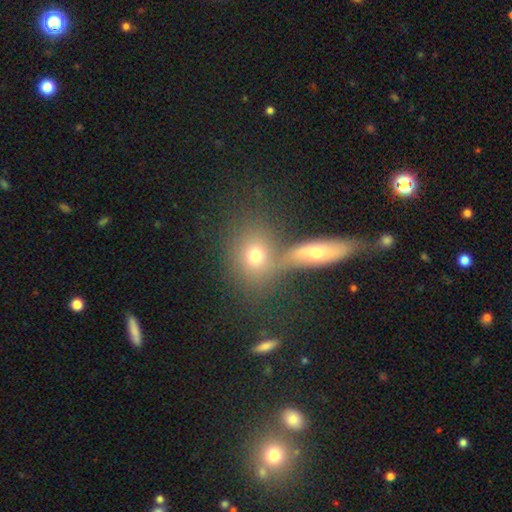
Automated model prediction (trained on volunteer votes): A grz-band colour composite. It shows a smooth galaxy with no disk features (69%) that is round (64%). Merging: none (48%).